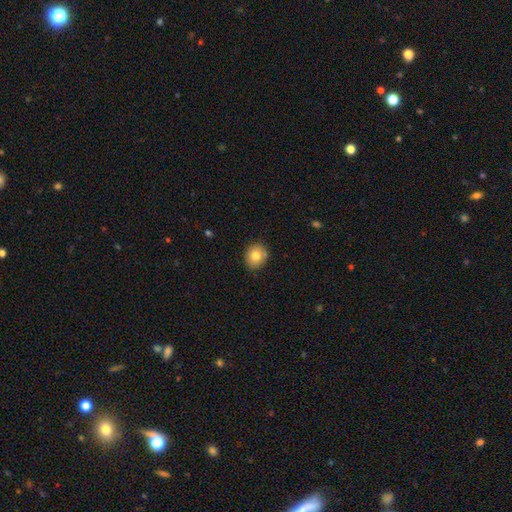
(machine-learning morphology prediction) The model was most divided on "how rounded": round: 71%, in between: 29%, cigar-shaped: 1%. More confident: merging — none (85%); smooth or featured — smooth (79%).